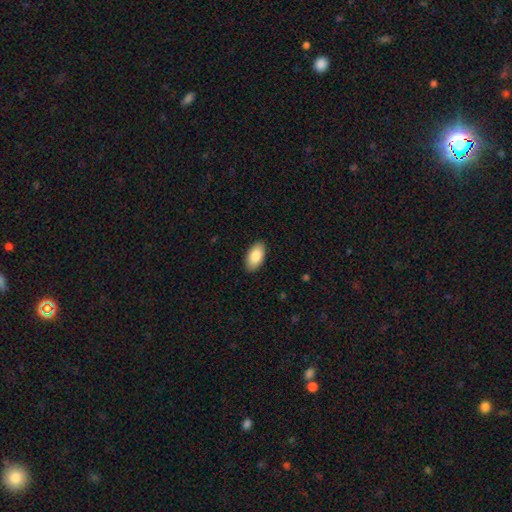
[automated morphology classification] The model was most divided on "smooth or featured": smooth: 86%, featured or disk: 8%, star or artifact: 6%. More confident: how rounded — in between (95%); merging — none (89%).